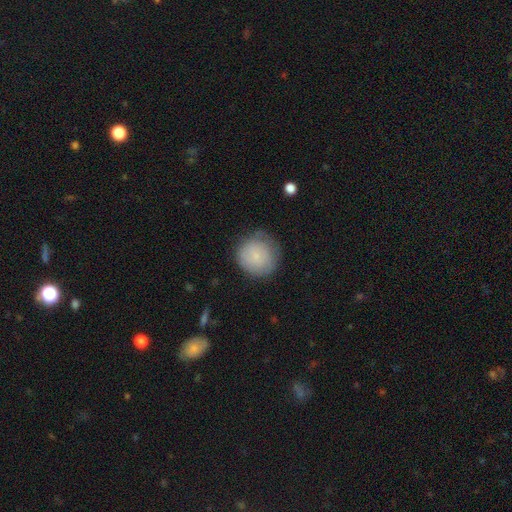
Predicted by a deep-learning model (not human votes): Smooth or featured? smooth (76%)
How rounded? round (90%)
Merging? none (67%)